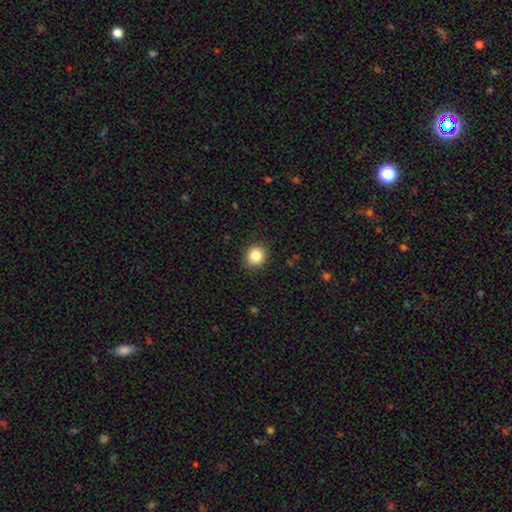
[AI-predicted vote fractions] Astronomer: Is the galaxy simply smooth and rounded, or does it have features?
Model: smooth — 86%.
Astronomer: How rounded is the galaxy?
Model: round — 82%.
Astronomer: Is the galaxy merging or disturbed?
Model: none — 90%.